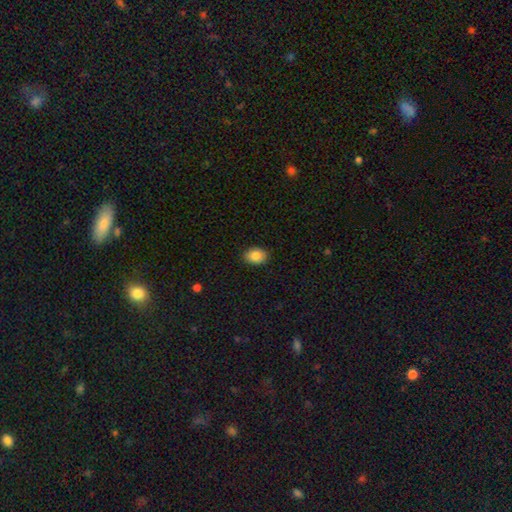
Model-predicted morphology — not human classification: Smooth or featured?
  - smooth: 86% *
  - star or artifact: 8%
  - featured or disk: 6%
How rounded?
  - in between: 73% *
  - round: 26%
  - cigar-shaped: 1%
Merging?
  - none: 89% *
  - minor disturbance: 9%
  - major disturbance: 2%
  - merger: 1%